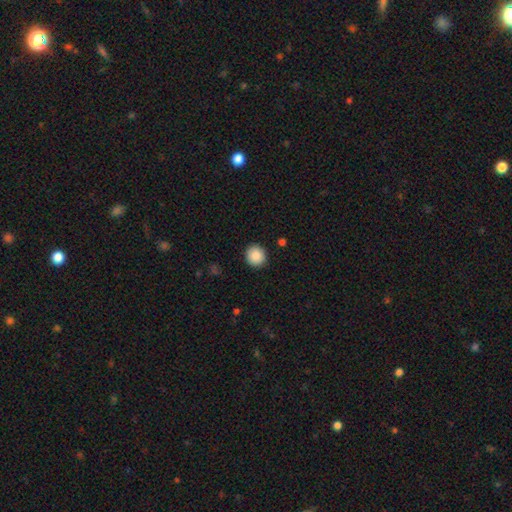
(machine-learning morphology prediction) smooth 89%, star or artifact 8%, featured or disk 3%. Down the decision tree: how rounded — round (93%); merging — none (92%).